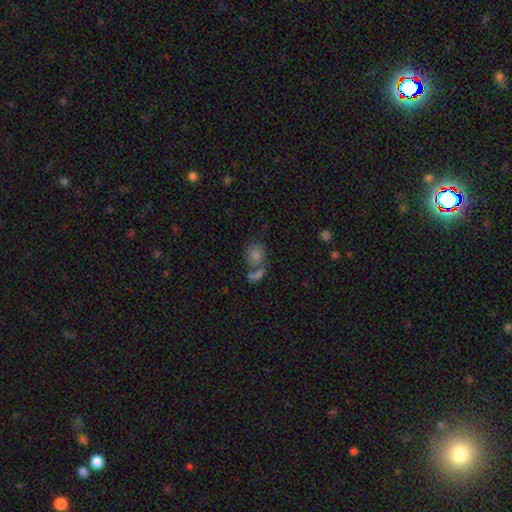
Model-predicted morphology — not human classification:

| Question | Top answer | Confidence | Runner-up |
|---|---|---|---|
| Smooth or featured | smooth | 61% | star or artifact (21%) |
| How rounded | round | 56% | in between (42%) |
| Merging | none | 45% | merger (36%) |